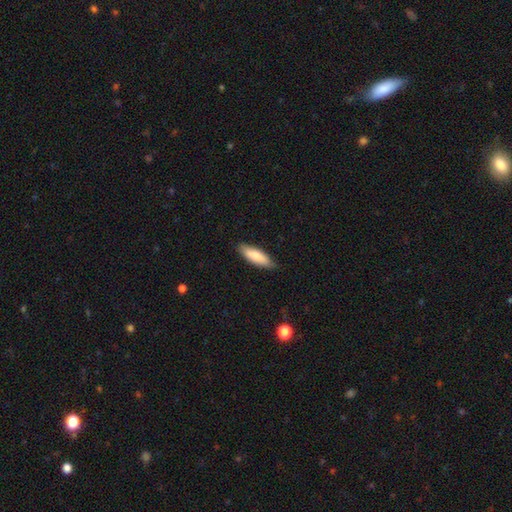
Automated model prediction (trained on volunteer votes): Overall: smooth (79%). How rounded: in between (51%; cigar-shaped 47%). Merging: none (84%).